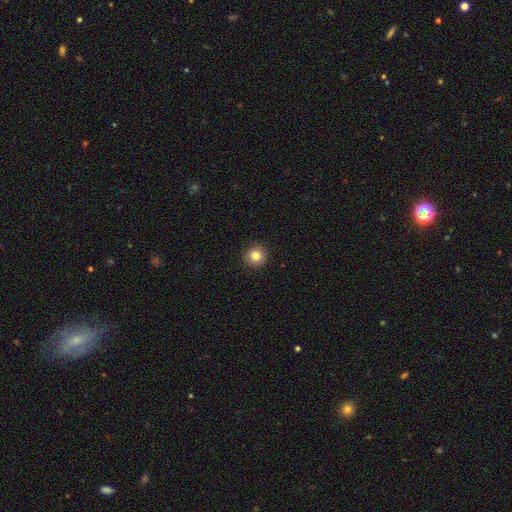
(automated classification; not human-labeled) Morphology: type=smooth (82%); roundness=round (94%); merging=none (92%).